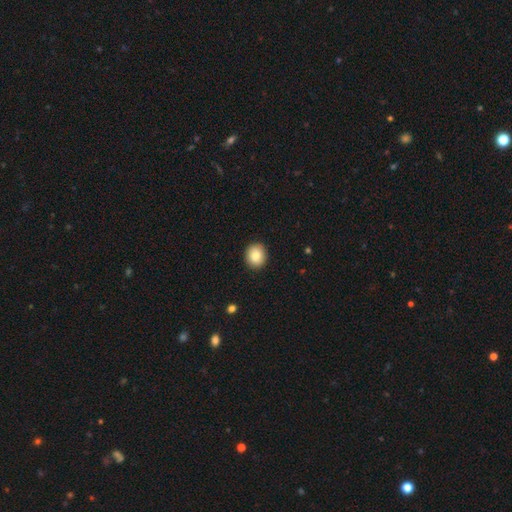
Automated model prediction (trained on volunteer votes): Smooth or featured: smooth — 85% (star or artifact — 8%)
How rounded: round — 74% (in between — 25%)
Merging: none — 90% (minor disturbance — 7%)